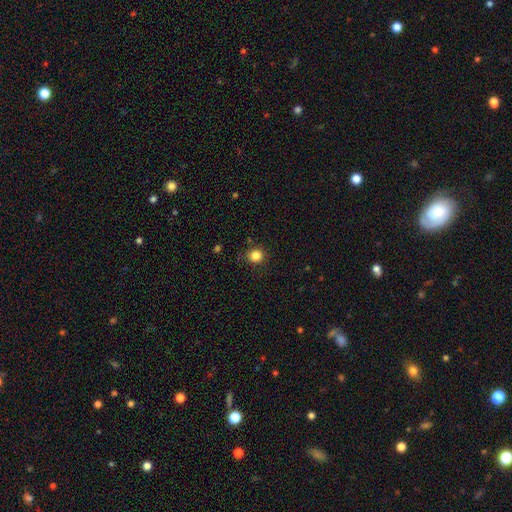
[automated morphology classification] A smooth galaxy with no disk features (84%) that is round (86%).

Vote fractions:
- Smooth or featured? smooth: 84% / star or artifact: 12% / featured or disk: 4%
- How rounded? round: 86% / in between: 13% / cigar-shaped: 1%
- Merging? none: 87% / minor disturbance: 9% / major disturbance: 3% / merger: 1%